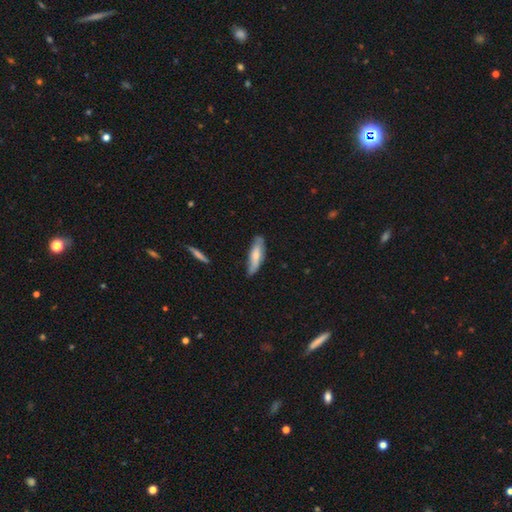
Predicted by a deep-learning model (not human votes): Morphology: type=smooth (63%); roundness=cigar-shaped (52%); merging=none (69%).